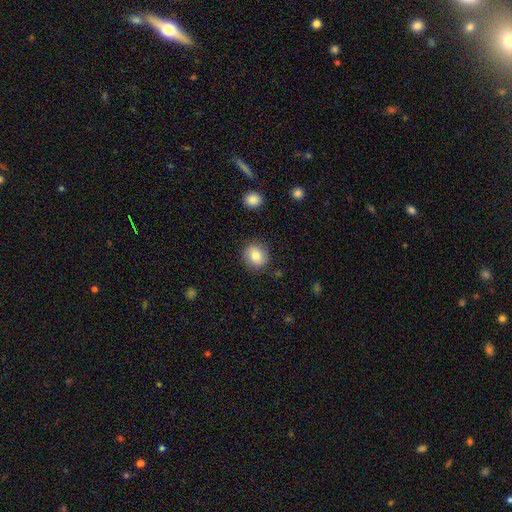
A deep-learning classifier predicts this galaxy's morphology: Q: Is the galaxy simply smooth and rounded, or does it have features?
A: smooth — 81%.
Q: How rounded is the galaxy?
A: round — 83%.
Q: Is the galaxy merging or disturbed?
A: none — 86%.